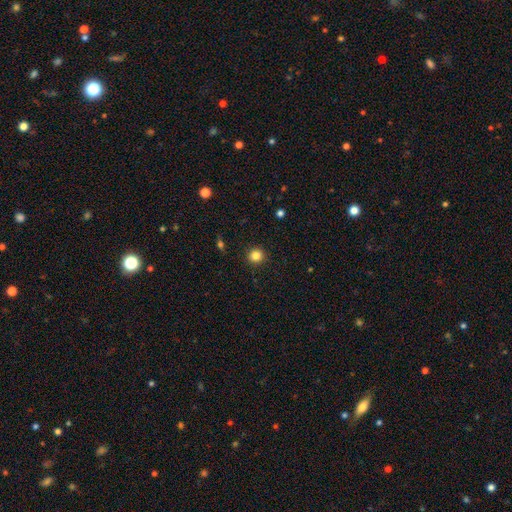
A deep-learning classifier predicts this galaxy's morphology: Q: Smooth or featured?
A: smooth (83%); runner-up: star or artifact (12%)
Q: How rounded?
A: round (92%); runner-up: in between (7%)
Q: Merging?
A: none (92%); runner-up: minor disturbance (5%)